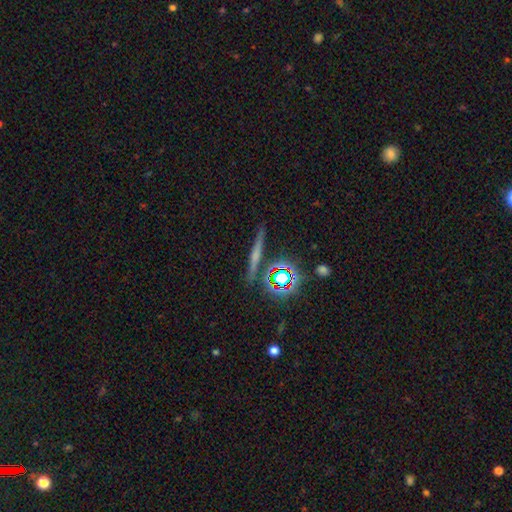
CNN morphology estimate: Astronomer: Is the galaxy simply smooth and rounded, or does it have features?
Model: featured or disk — 41% (runner-up: smooth, 39%).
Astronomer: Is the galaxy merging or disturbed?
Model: none — 85%.